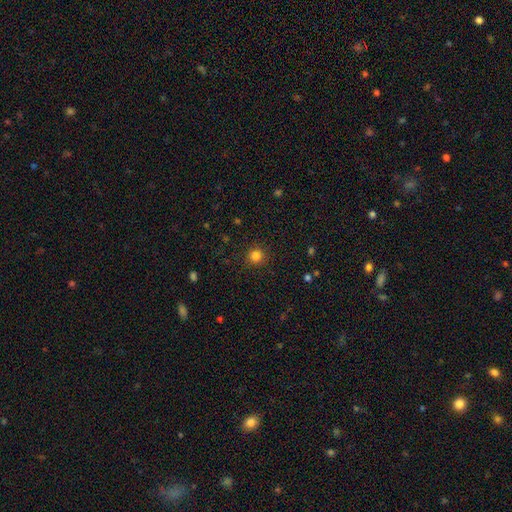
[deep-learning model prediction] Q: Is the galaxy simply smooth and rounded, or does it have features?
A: smooth — 82%.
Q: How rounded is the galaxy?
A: round — 93%.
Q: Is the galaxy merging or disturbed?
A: none — 91%.